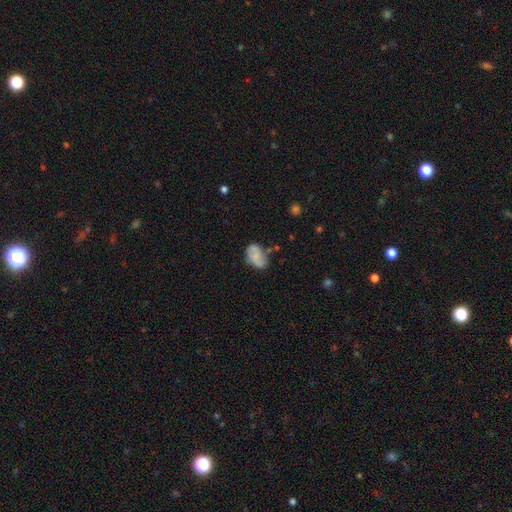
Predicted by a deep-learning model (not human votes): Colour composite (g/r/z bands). It shows a smooth galaxy with no disk features (51%) that is in between round and cigar-shaped (87%). Merging: none (53%).